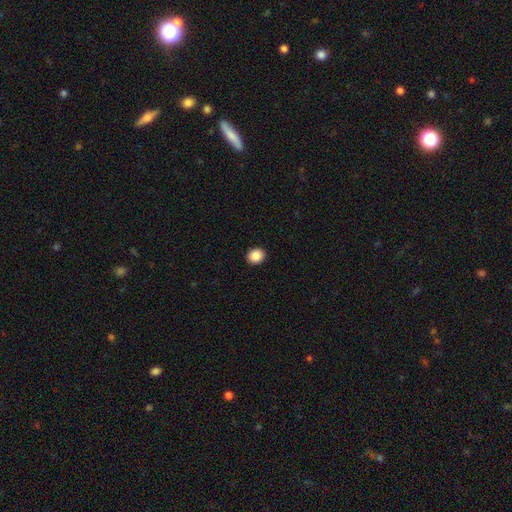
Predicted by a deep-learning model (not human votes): Q: Smooth or featured?
A: smooth (88%); runner-up: star or artifact (9%)
Q: How rounded?
A: round (72%); runner-up: in between (27%)
Q: Merging?
A: none (92%); runner-up: minor disturbance (5%)